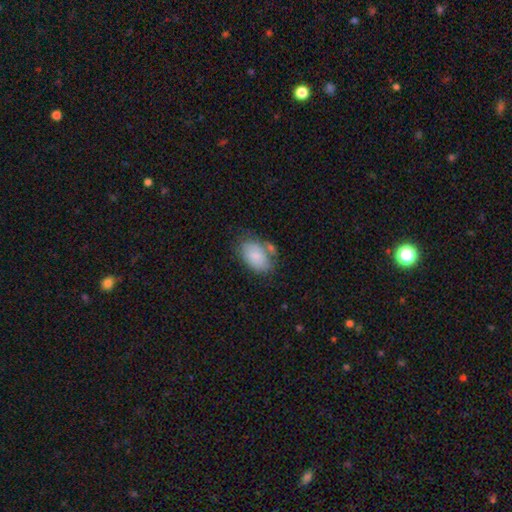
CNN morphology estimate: smooth-or-featured: smooth: 78% | featured or disk: 15% | star or artifact: 7%
  how-rounded: in between: 90% | round: 8% | cigar-shaped: 1%
  merging: none: 54% | minor disturbance: 24% | merger: 14% | major disturbance: 8%